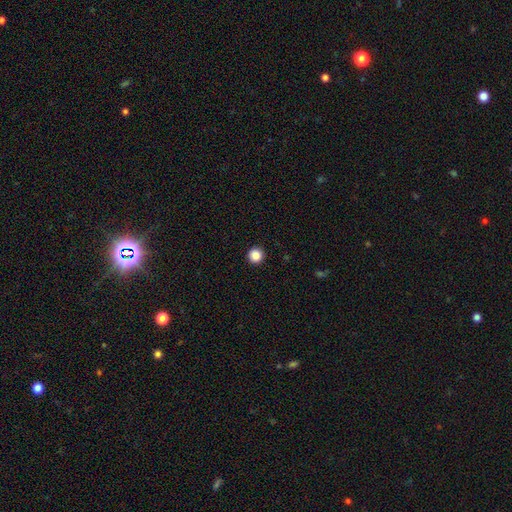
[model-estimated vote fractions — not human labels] smooth-or-featured: smooth: 87% | star or artifact: 10% | featured or disk: 3%
  how-rounded: round: 96% | in between: 3% | cigar-shaped: 1%
  merging: none: 94% | minor disturbance: 4% | major disturbance: 1% | merger: 1%